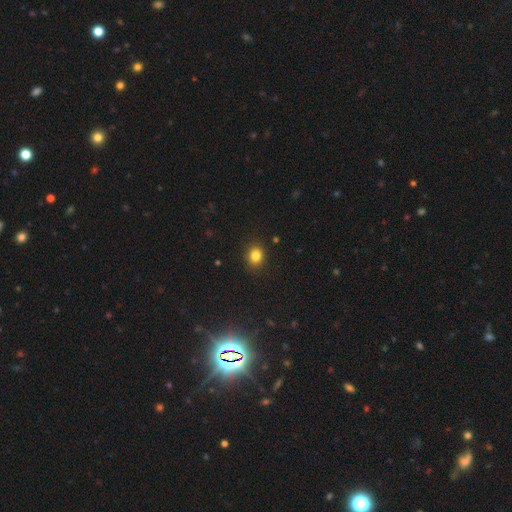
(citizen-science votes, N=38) smooth 89%, star or artifact 11%, featured or disk 0%. Down the decision tree: how rounded — round (82%); merging — none (88%).